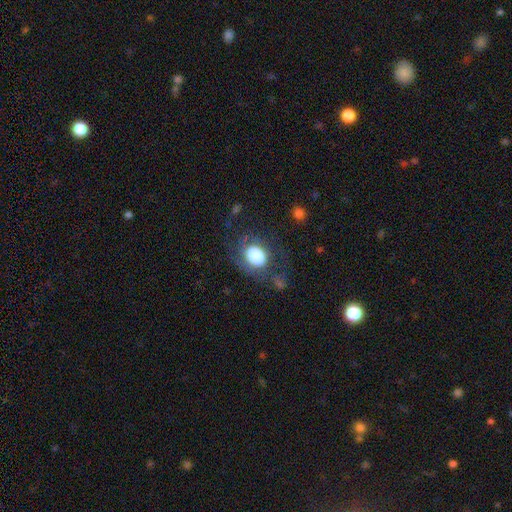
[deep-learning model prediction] A smooth galaxy with no disk features (70%) that is in between round and cigar-shaped (55%).

Vote fractions:
- Smooth or featured? smooth: 70% / featured or disk: 21% / star or artifact: 9%
- How rounded? in between: 55% / round: 44% / cigar-shaped: 1%
- Merging? none: 54% / minor disturbance: 22% / major disturbance: 21% / merger: 3%